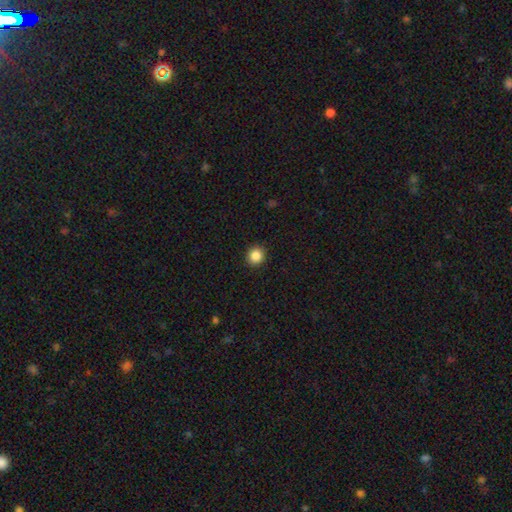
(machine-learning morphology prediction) This appears to be a smooth galaxy with no disk features (86%) that is round (89%). Merging: none (92%).